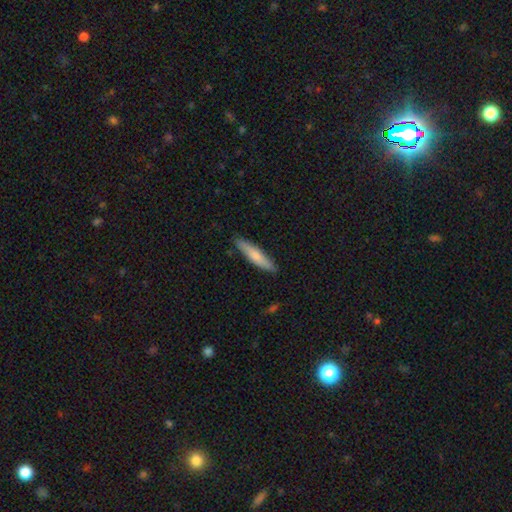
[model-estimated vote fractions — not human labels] A smooth galaxy with no disk features (72%) that is cigar-shaped (84%).

Vote fractions:
- Smooth or featured? smooth: 72% / featured or disk: 23% / star or artifact: 5%
- How rounded? cigar-shaped: 84% / in between: 14% / round: 1%
- Merging? none: 87% / minor disturbance: 10% / major disturbance: 2% / merger: 1%